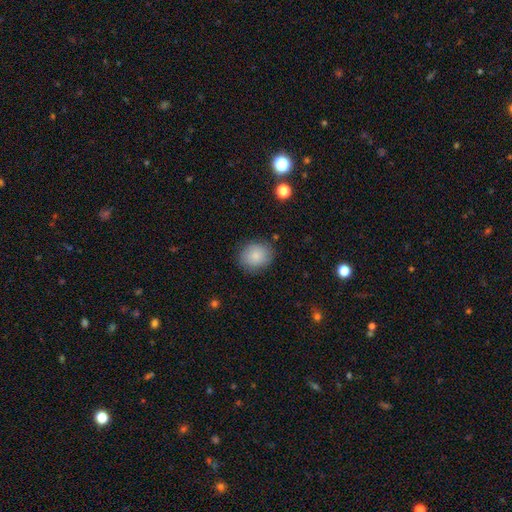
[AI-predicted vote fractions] smooth_or_featured: smooth (p=0.84) [alt: featured or disk p=0.09]
how_rounded: round (p=0.66) [alt: in between p=0.33]
merging: none (p=0.83) [alt: minor disturbance p=0.13]